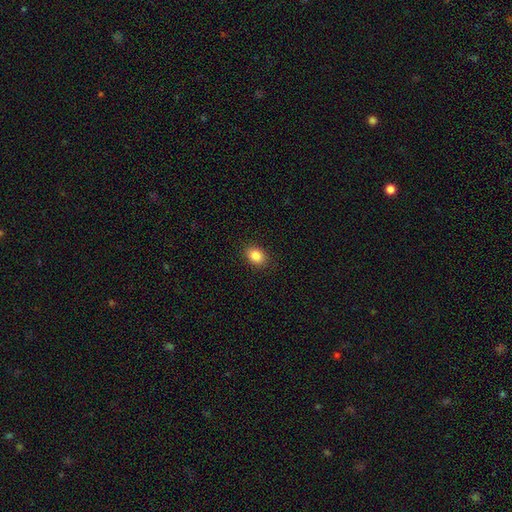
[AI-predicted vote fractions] smooth-or-featured: smooth: 86% | star or artifact: 9% | featured or disk: 5%
  how-rounded: in between: 71% | round: 28% | cigar-shaped: 1%
  merging: none: 89% | minor disturbance: 8% | major disturbance: 2% | merger: 1%